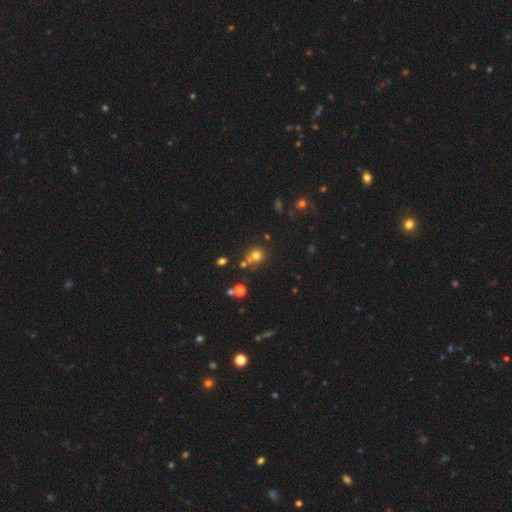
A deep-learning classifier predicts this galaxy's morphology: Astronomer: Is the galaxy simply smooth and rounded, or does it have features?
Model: smooth — 69%.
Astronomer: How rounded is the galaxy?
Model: round — 86%.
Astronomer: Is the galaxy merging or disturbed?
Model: none — 63%.